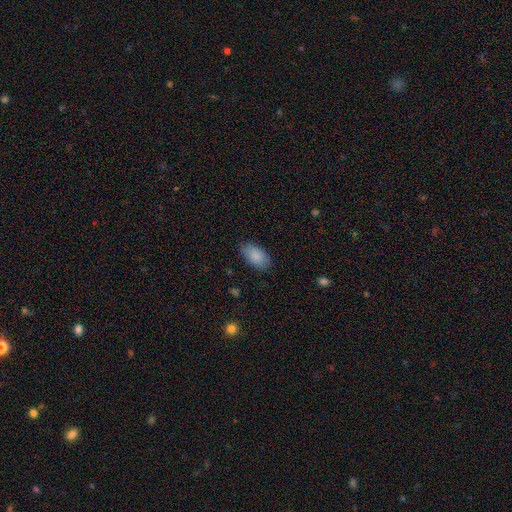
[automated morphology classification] This appears to be a smooth galaxy with no disk features (88%) that is in between round and cigar-shaped (94%). Merging: none (82%).